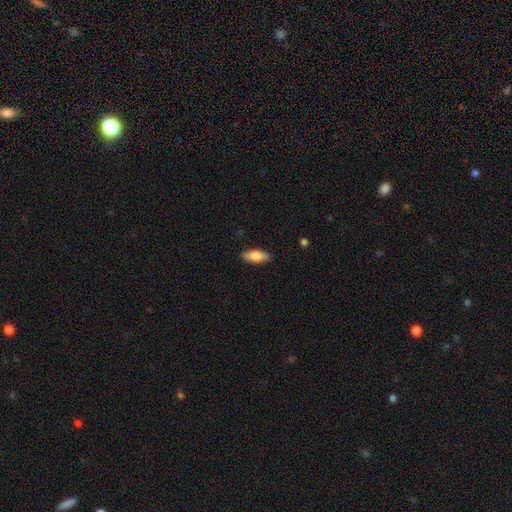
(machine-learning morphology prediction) A smooth galaxy with no disk features (79%) that is in between round and cigar-shaped (77%). Merging: none (88%).